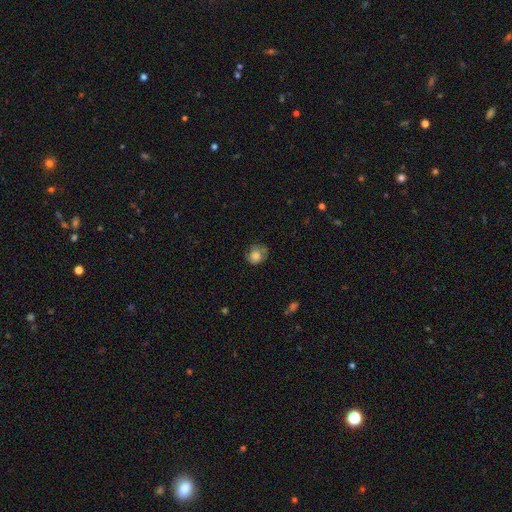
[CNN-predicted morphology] This is likely a smooth galaxy (74%). How rounded: likely round (72%). Merging: likely none (62%).